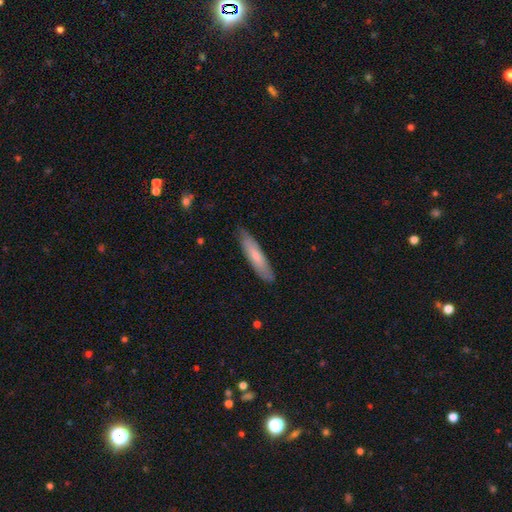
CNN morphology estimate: Q: Smooth or featured?
A: smooth (68%); runner-up: featured or disk (27%)
Q: How rounded?
A: cigar-shaped (81%); runner-up: in between (18%)
Q: Merging?
A: none (84%); runner-up: minor disturbance (13%)